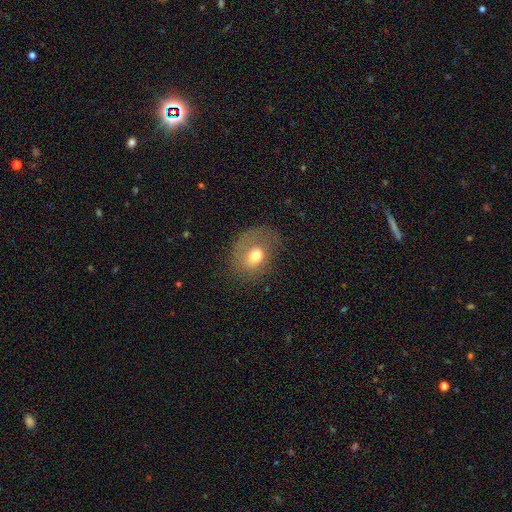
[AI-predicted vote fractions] This is likely a smooth galaxy (66%). How rounded: possibly round (50%). Merging: possibly none (60%).